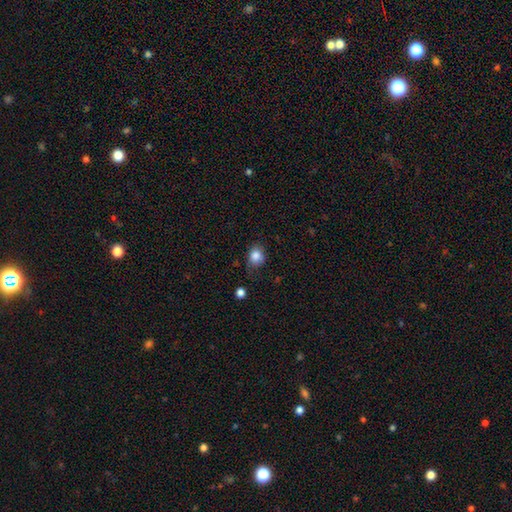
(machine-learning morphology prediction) Q: Smooth or featured?
A: smooth (84%); runner-up: star or artifact (10%)
Q: How rounded?
A: round (61%); runner-up: in between (39%)
Q: Merging?
A: none (66%); runner-up: minor disturbance (25%)